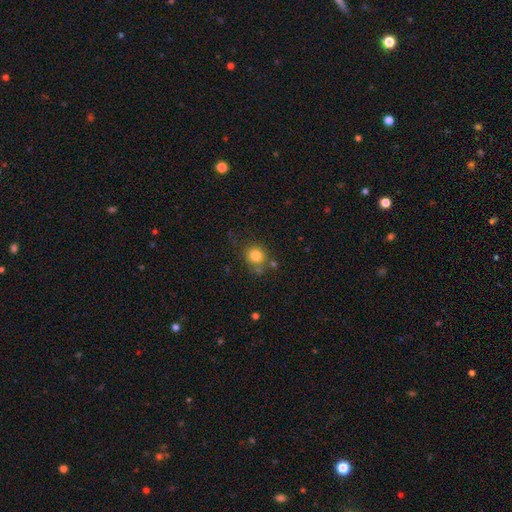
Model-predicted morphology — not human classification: This appears to be a smooth galaxy with no disk features (81%) that is round (83%). Merging: none (71%).